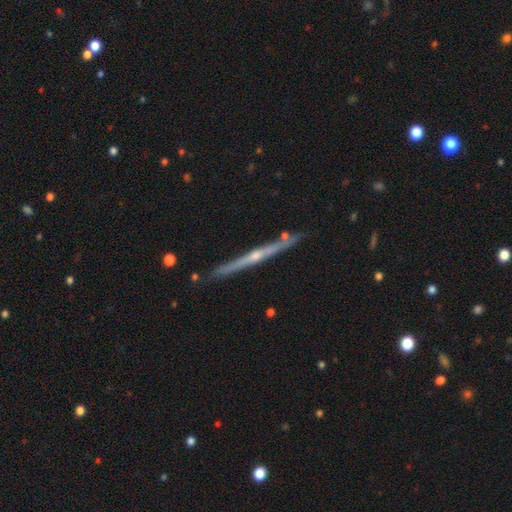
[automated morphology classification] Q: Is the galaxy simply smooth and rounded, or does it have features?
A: featured or disk — 79%.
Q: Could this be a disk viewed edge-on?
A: yes — 97%.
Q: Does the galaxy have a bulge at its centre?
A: rounded — 65%.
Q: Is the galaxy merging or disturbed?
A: none — 86%.